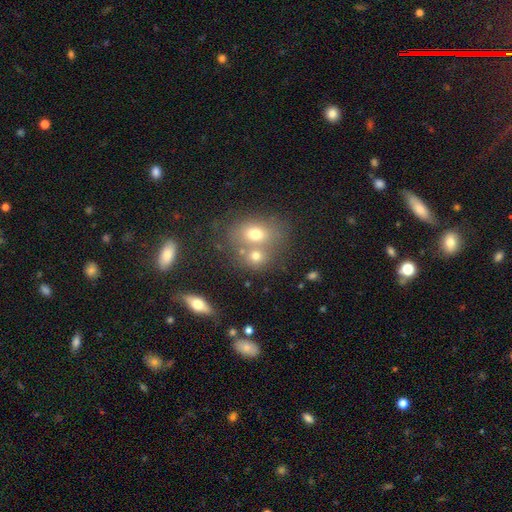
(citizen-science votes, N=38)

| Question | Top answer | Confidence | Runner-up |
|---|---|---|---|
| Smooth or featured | smooth | 76% | featured or disk (18%) |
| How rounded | round | 62% | in between (34%) |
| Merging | merger | 56% | none (36%) |